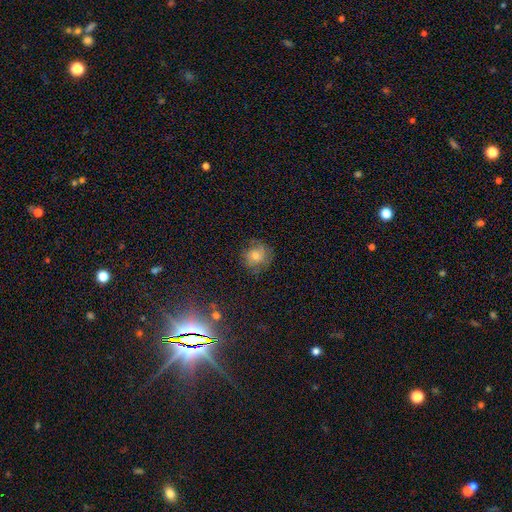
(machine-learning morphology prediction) Q: Smooth or featured?
A: smooth (49%); runner-up: featured or disk (32%)
Q: Merging?
A: none (71%); runner-up: minor disturbance (19%)